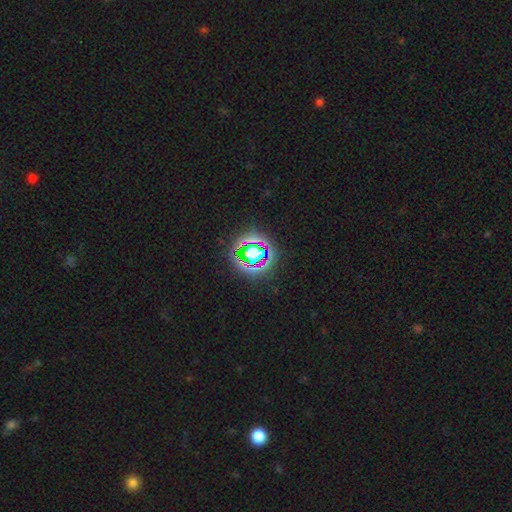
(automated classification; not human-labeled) Smooth or featured? Predicted: star or artifact (p=0.61).